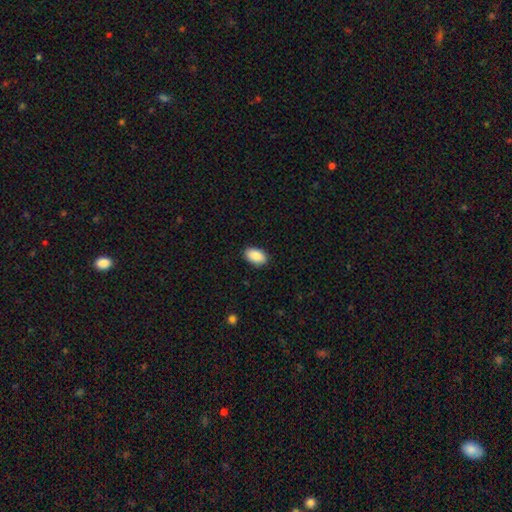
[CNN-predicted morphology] A smooth galaxy with no disk features (90%) that is in between round and cigar-shaped (94%). Merging: none (89%).